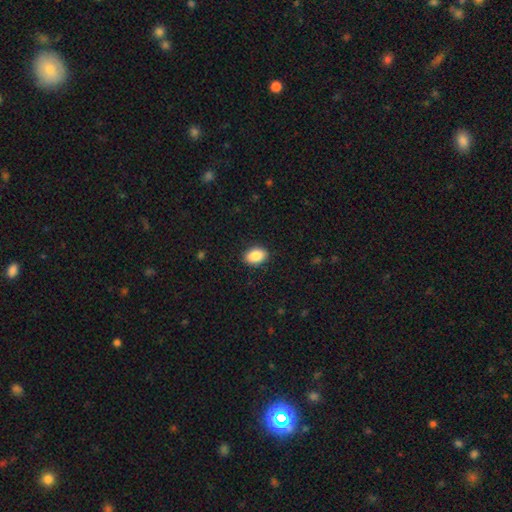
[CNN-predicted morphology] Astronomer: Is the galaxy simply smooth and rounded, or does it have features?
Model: smooth — 88%.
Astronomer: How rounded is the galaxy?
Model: in between — 84%.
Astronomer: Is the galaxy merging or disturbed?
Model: none — 89%.